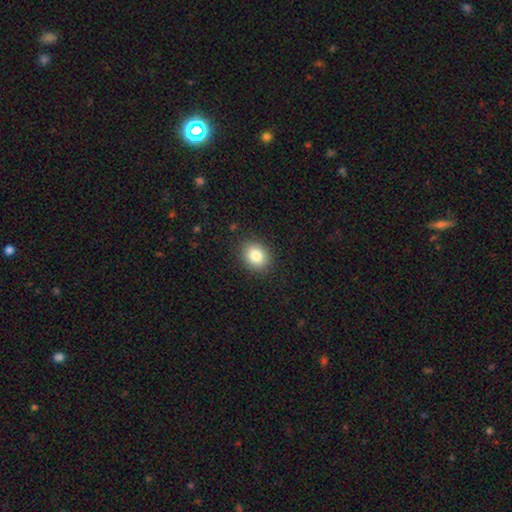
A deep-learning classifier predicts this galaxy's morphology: Overall: smooth (83%). How rounded: round (58%; in between 41%). Merging: none (88%).